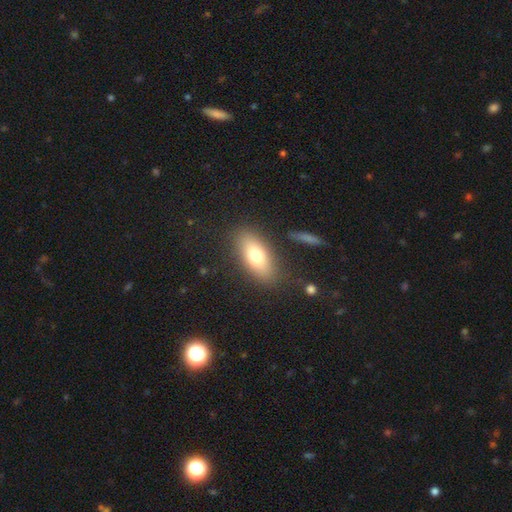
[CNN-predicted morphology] Smooth or featured? smooth (72%)
How rounded? in between (81%)
Merging? none (83%)